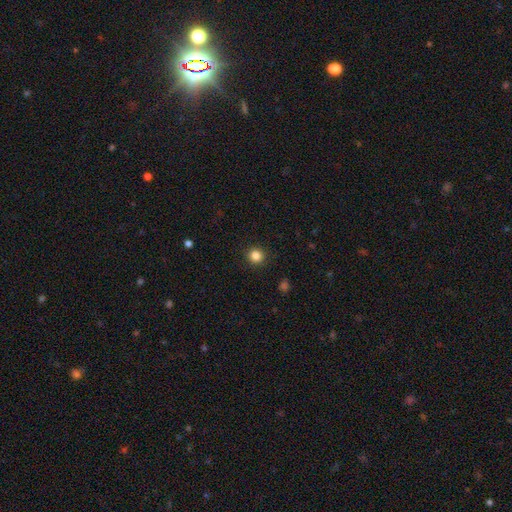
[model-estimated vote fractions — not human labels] smooth_or_featured: smooth (p=0.84) [alt: star or artifact p=0.12]
how_rounded: round (p=0.93) [alt: in between p=0.06]
merging: none (p=0.92) [alt: minor disturbance p=0.05]